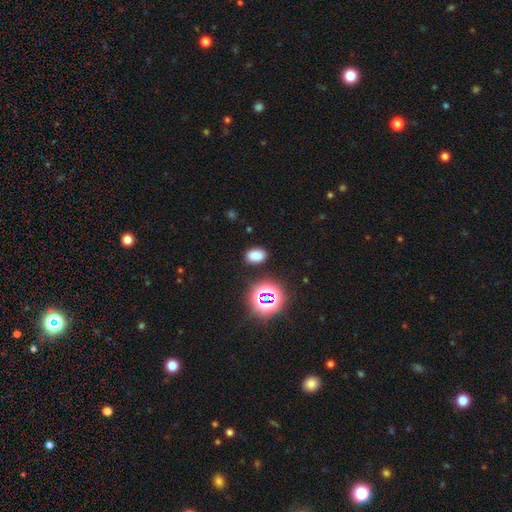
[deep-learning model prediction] The model was most divided on "smooth or featured": smooth: 75%, star or artifact: 19%, featured or disk: 6%. More confident: merging — none (85%); how rounded — in between (82%).